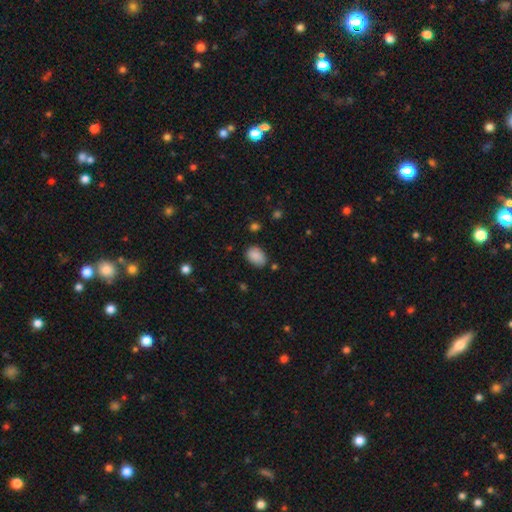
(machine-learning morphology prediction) A smooth galaxy with no disk features (88%) that is in between round and cigar-shaped (83%). Merging: none (75%).